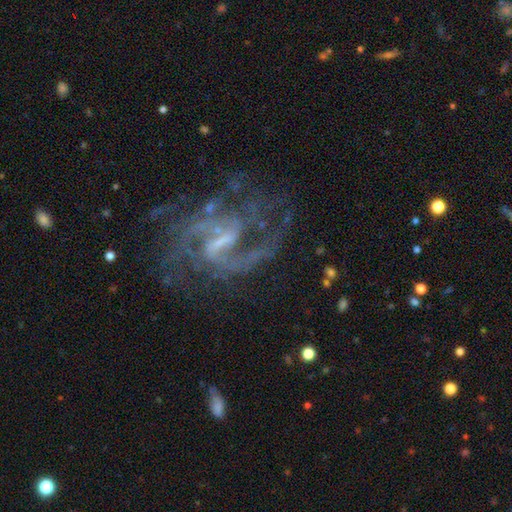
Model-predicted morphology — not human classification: Smooth or featured?
  - featured or disk: 86% *
  - star or artifact: 9%
  - smooth: 4%
Edge-on disk?
  - no: 97% *
  - yes: 3%
Bar?
  - weak: 49% *
  - strong: 36%
  - no: 15%
Spiral arms?
  - yes: 95% *
  - no: 5%
Spiral winding?
  - medium: 51% *
  - loose: 26%
  - tight: 22%
Spiral arm count?
  - 2: 50% *
  - can't tell: 18%
  - 3: 15%
  - 4: 6%
  - 1: 6%
  - more than 4: 5%
Bulge size?
  - small: 41% *
  - none: 38%
  - moderate: 18%
  - large: 2%
  - dominant: 1%
Merging?
  - none: 64% *
  - major disturbance: 18%
  - minor disturbance: 16%
  - merger: 3%